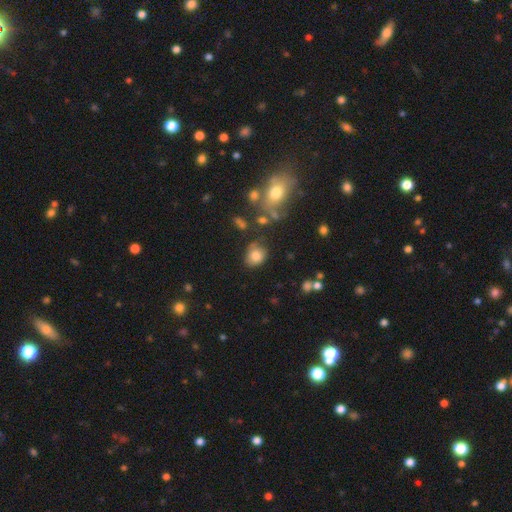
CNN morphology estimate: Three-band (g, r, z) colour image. It shows a smooth galaxy with no disk features (79%) that is round (58%). Merging: none (62%).